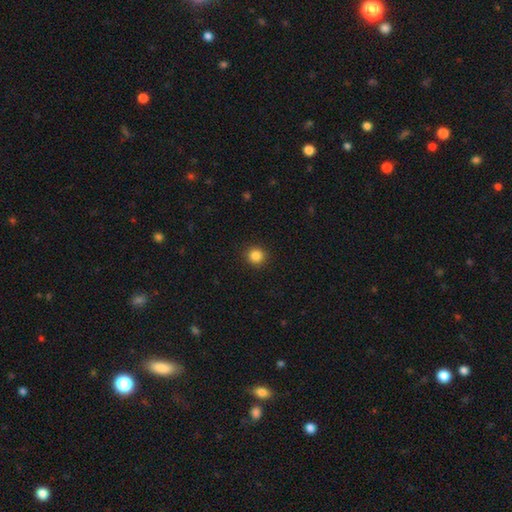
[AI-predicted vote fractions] Smooth or featured? Predicted: smooth (p=0.86). How rounded? Predicted: round (p=0.93). Merging? Predicted: none (p=0.92).